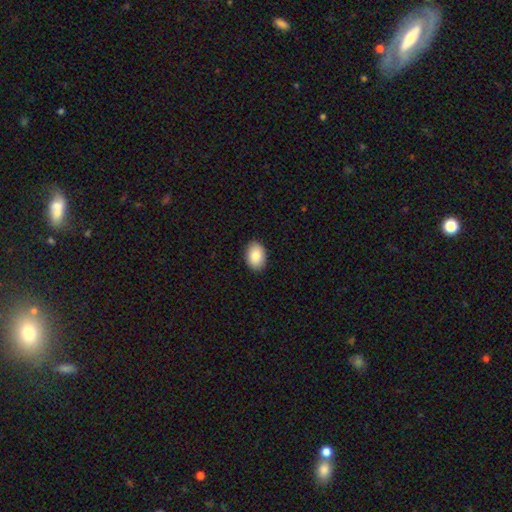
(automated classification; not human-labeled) This is clearly a smooth galaxy (87%). How rounded: clearly in between (84%). Merging: clearly none (90%).